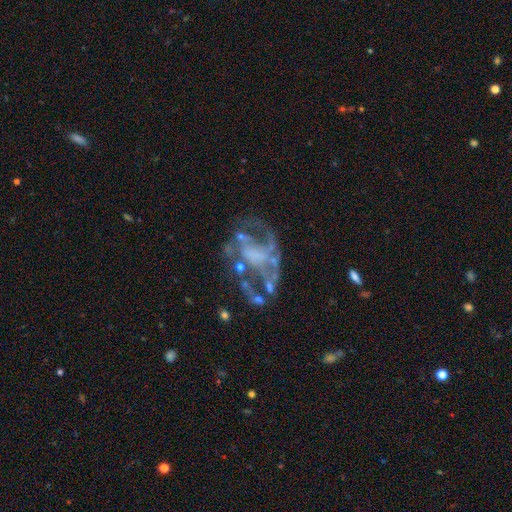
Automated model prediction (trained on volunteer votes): A featured or disk galaxy (78%) with no bar (71%), no spiral arms (52%) and no central bulge (58%). Merging: none (41%).